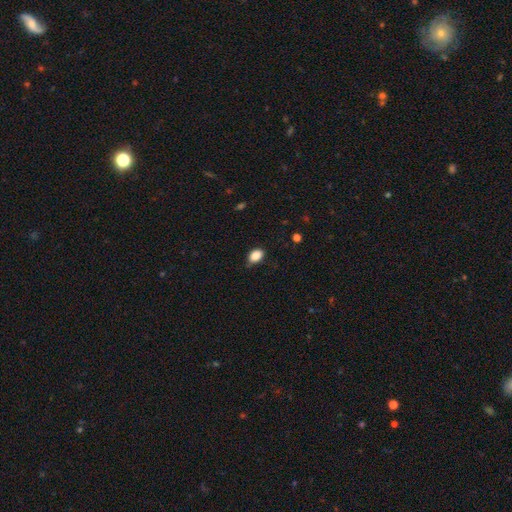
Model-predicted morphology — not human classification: Smooth or featured? smooth (87%)
How rounded? in between (83%)
Merging? none (70%)